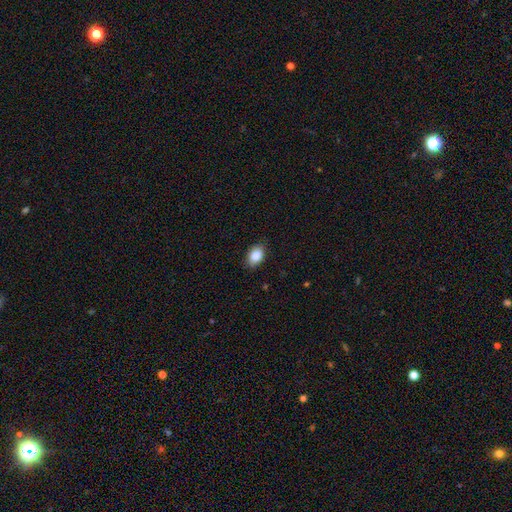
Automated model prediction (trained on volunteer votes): smooth_or_featured: smooth (p=0.87) [alt: star or artifact p=0.08]
how_rounded: in between (p=0.86) [alt: round p=0.13]
merging: none (p=0.84) [alt: minor disturbance p=0.12]